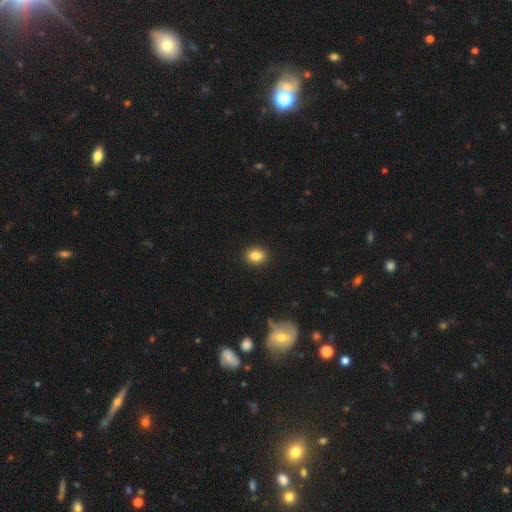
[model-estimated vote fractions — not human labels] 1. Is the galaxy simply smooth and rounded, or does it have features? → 86% smooth, 10% star or artifact, 4% featured or disk.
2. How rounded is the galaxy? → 52% round, 47% in between, 1% cigar-shaped.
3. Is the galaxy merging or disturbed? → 91% none, 6% minor disturbance, 2% major disturbance, 1% merger.